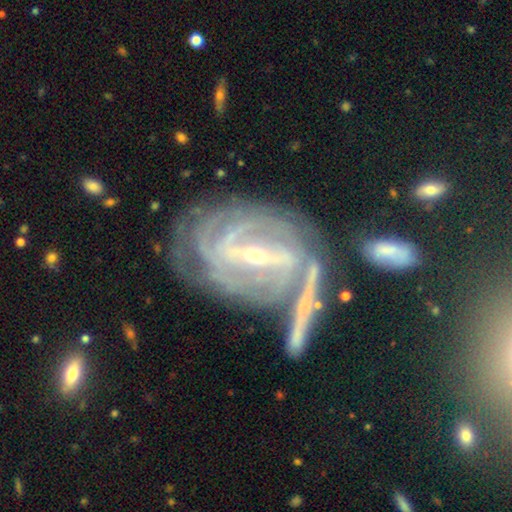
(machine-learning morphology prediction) This is clearly a featured or disk galaxy (91%). It is clearly not viewed edge-on (95%). Bar: likely strong (65%). Spiral arm pattern: clearly yes (97%). Spiral arm count: marginally 4 (24%). Spiral winding: likely tight (64%). Central bulge: likely small (75%). Merging: possibly none (53%).